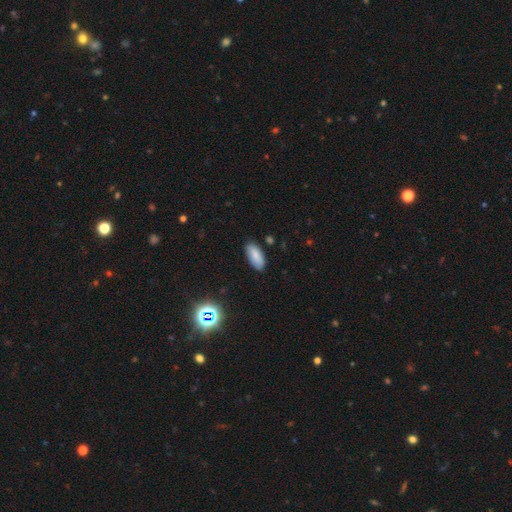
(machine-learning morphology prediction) Q: Smooth or featured?
A: smooth (84%); runner-up: star or artifact (8%)
Q: How rounded?
A: in between (89%); runner-up: cigar-shaped (9%)
Q: Merging?
A: none (83%); runner-up: minor disturbance (13%)